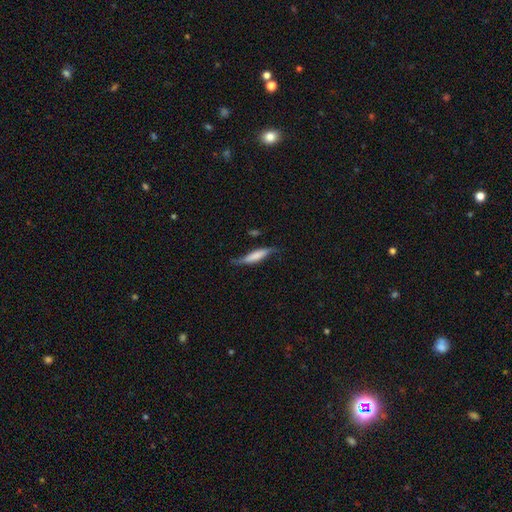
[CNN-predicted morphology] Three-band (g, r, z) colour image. It shows a smooth galaxy with no disk features (57%) that is cigar-shaped (77%). Merging: none (54%).